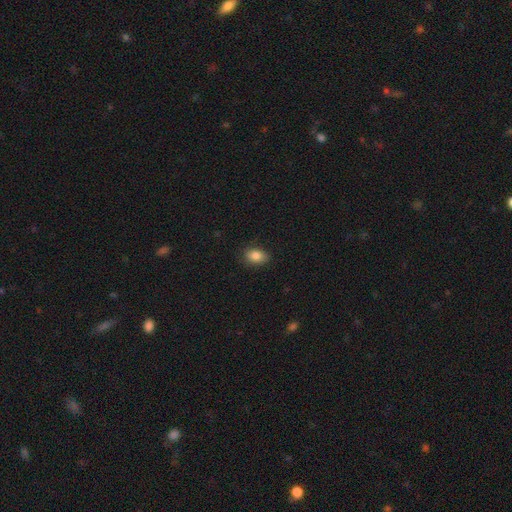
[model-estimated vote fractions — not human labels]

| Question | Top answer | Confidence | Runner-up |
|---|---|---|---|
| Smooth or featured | smooth | 85% | star or artifact (9%) |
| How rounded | in between | 77% | round (22%) |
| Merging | none | 81% | minor disturbance (15%) |